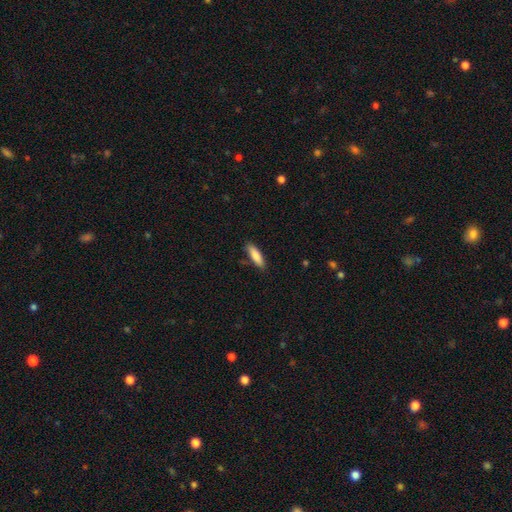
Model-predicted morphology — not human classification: type=smooth (84%); roundness=cigar-shaped (55%); merging=none (83%).